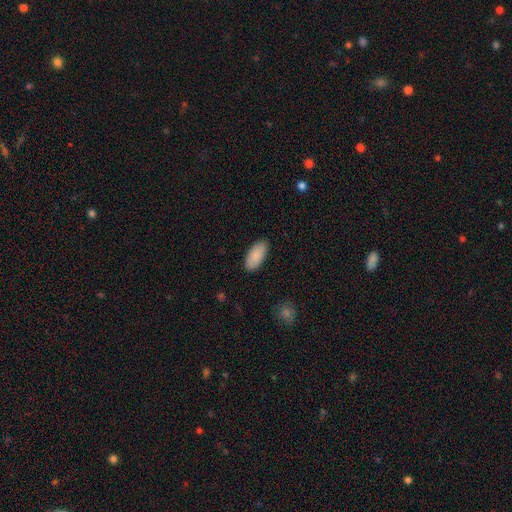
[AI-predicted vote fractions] Smooth or featured: smooth — 89% (star or artifact — 6%)
How rounded: in between — 92% (cigar-shaped — 6%)
Merging: none — 88% (minor disturbance — 9%)